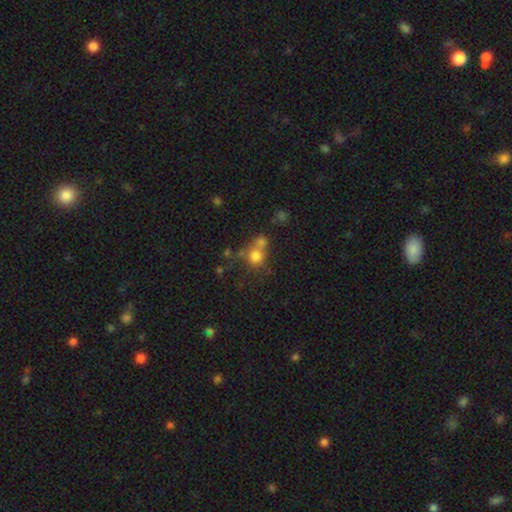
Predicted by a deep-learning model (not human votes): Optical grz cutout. It shows a smooth galaxy with no disk features (71%) that is round (85%). Merging: none (46%).